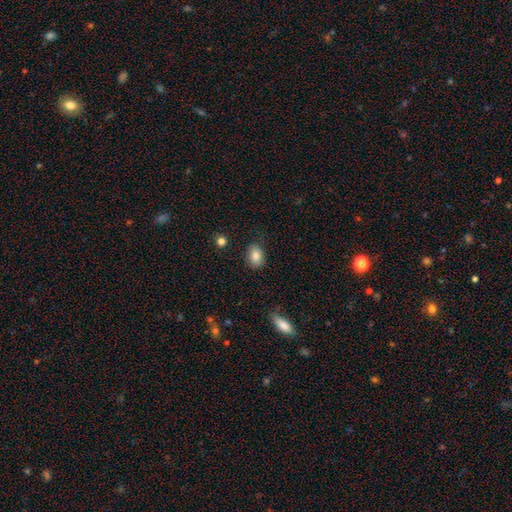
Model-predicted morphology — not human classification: Q: Smooth or featured?
A: smooth (84%); runner-up: star or artifact (8%)
Q: How rounded?
A: in between (68%); runner-up: round (31%)
Q: Merging?
A: none (82%); runner-up: minor disturbance (14%)